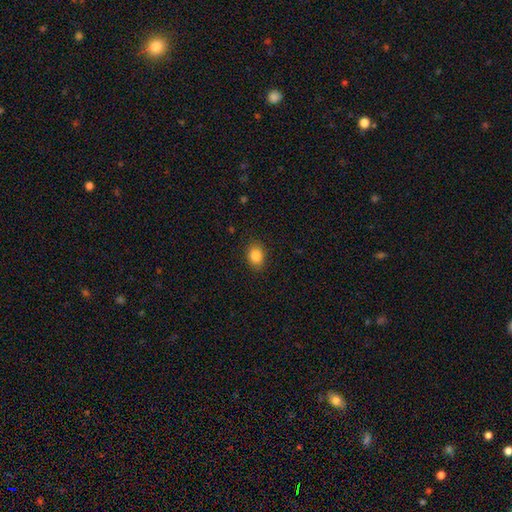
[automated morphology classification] Smooth or featured: smooth — 86% (star or artifact — 9%)
How rounded: in between — 60% (round — 39%)
Merging: none — 87% (minor disturbance — 10%)